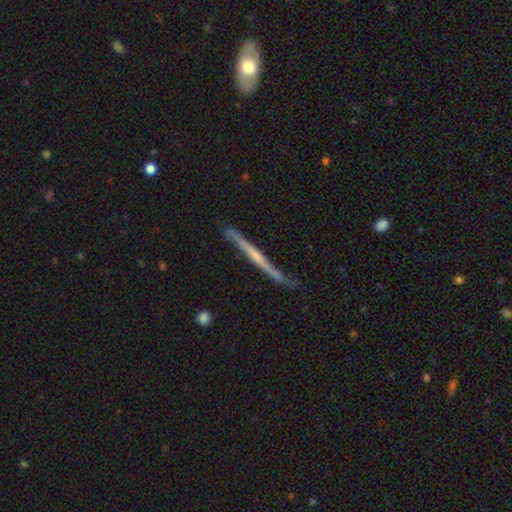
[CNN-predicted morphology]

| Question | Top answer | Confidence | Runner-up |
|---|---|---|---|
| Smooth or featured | featured or disk | 70% | smooth (25%) |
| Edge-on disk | yes | 97% | no (3%) |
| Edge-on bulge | none | 53% | rounded (39%) |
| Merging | none | 80% | minor disturbance (16%) |